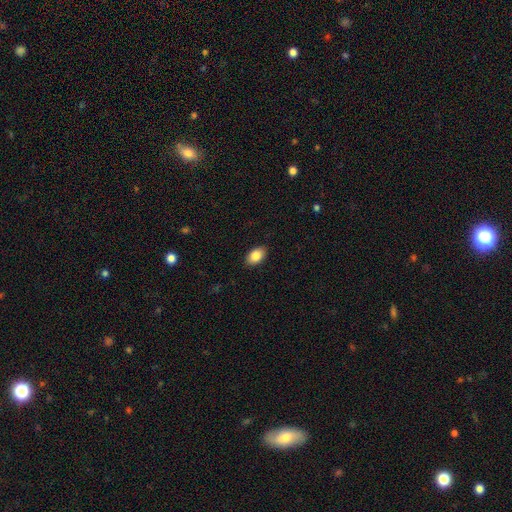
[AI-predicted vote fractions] Overall: smooth (86%). How rounded: in between (90%). Merging: none (89%).